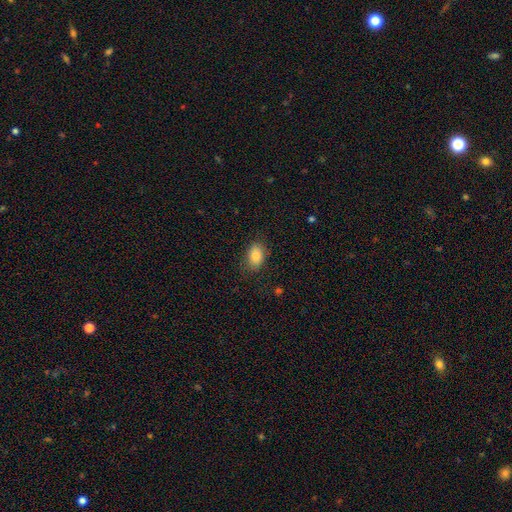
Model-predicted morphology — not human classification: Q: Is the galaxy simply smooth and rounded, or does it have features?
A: smooth — 87%.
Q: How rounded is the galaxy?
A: in between — 86%.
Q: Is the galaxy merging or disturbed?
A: none — 80%.